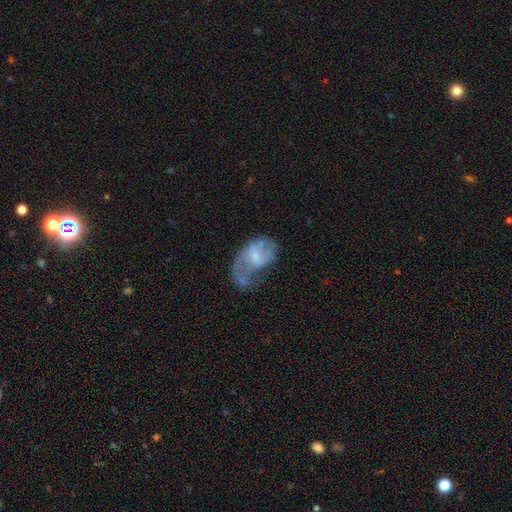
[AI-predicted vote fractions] A featured or disk galaxy (61%) with no bar (46%), spiral arms (66%) and a small central bulge (51%).

Vote fractions:
- Smooth or featured? featured or disk: 61% / smooth: 31% / star or artifact: 8%
- Edge-on disk? no: 97% / yes: 3%
- Bar? no: 46% / weak: 45% / strong: 9%
- Spiral arms? yes: 66% / no: 34%
- Bulge size? small: 51% / moderate: 31% / none: 14% / large: 3% / dominant: 1%
- Merging? major disturbance: 44% / minor disturbance: 24% / none: 24% / merger: 8%